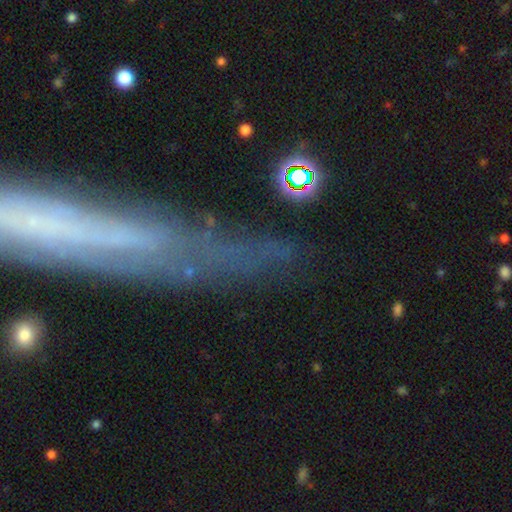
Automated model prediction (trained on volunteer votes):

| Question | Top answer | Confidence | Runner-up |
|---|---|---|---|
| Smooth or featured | featured or disk | 47% | smooth (30%) |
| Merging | none | 66% | minor disturbance (17%) |